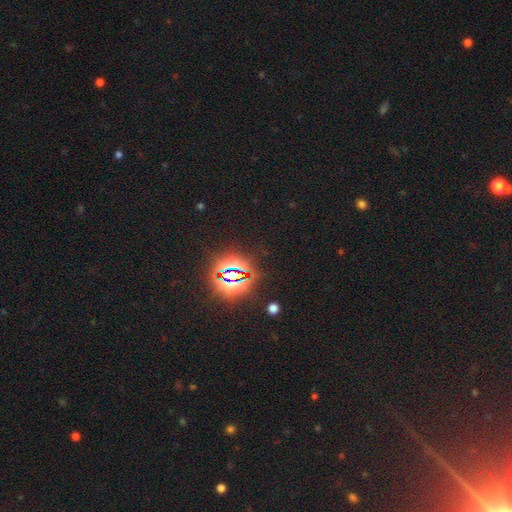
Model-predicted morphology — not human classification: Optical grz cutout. It shows a star or artifact, not a galaxy (84%).